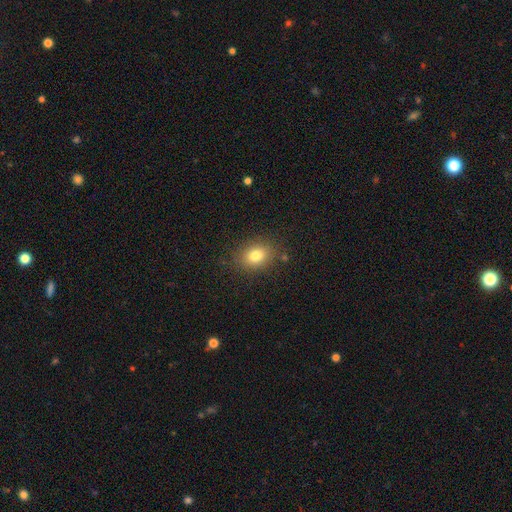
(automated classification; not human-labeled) smooth_or_featured: smooth (p=0.79) [alt: star or artifact p=0.11]
how_rounded: in between (p=0.65) [alt: round p=0.34]
merging: none (p=0.84) [alt: minor disturbance p=0.11]